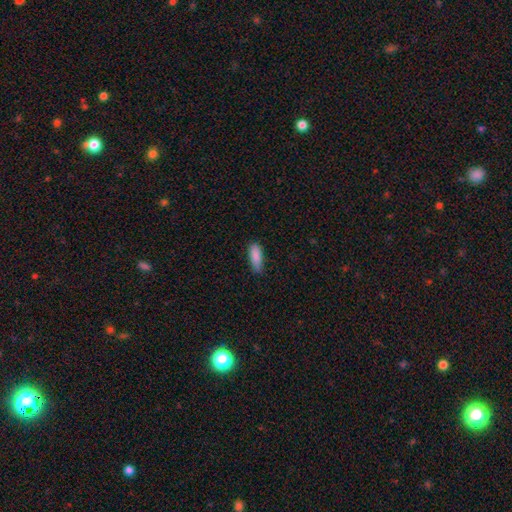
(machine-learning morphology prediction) Smooth or featured: smooth — 88% (star or artifact — 7%)
How rounded: in between — 67% (cigar-shaped — 31%)
Merging: none — 69% (minor disturbance — 26%)